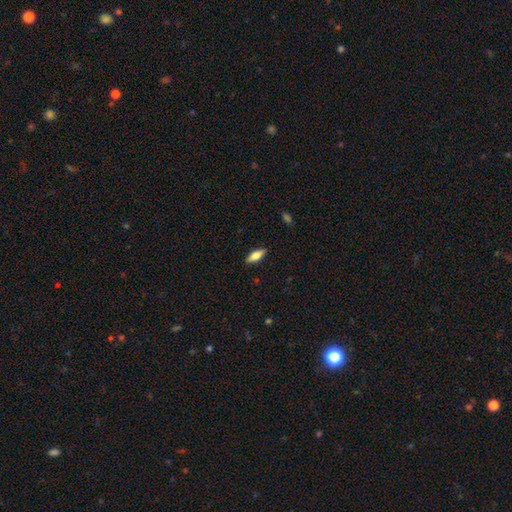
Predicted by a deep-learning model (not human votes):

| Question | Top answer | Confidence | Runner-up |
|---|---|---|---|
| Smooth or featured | smooth | 63% | featured or disk (31%) |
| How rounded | in between | 65% | cigar-shaped (33%) |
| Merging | none | 88% | minor disturbance (9%) |